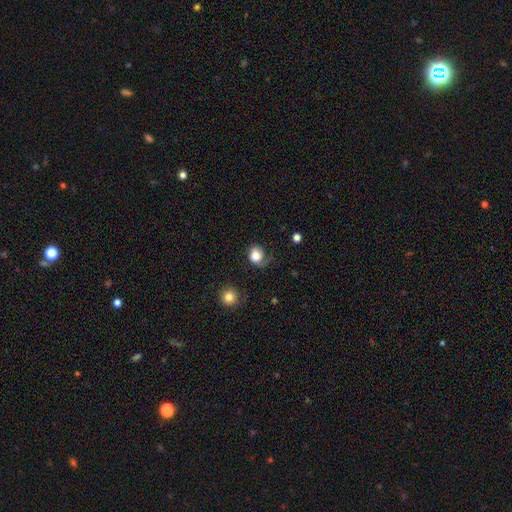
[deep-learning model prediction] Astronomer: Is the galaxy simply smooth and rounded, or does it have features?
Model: smooth — 77%.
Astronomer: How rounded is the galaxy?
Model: round — 61% (runner-up: in between, 38%).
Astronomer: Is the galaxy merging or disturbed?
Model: none — 46% (runner-up: minor disturbance, 28%).